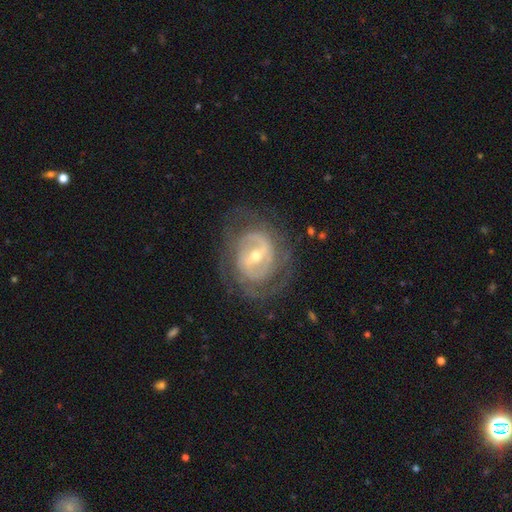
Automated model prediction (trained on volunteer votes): This appears to be a featured or disk galaxy (86%) with a weak bar (46%), 2 (41%) tight (58%) spiral arms (88%) and a moderate central bulge (50%). Merging: none (72%).